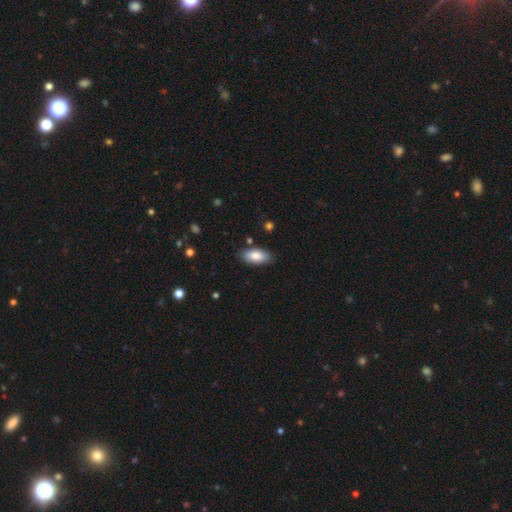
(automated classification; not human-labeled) Smooth or featured? Predicted: smooth (p=0.84). How rounded? Predicted: in between (p=0.89). Merging? Predicted: none (p=0.85).